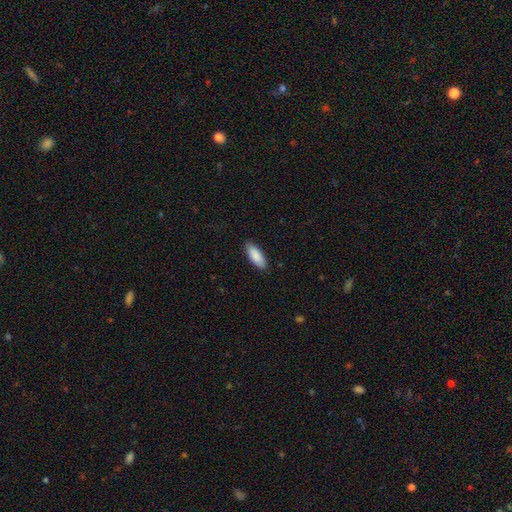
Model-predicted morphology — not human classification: Smooth or featured?
  - smooth: 90% *
  - star or artifact: 5%
  - featured or disk: 5%
How rounded?
  - in between: 74% *
  - cigar-shaped: 25%
  - round: 2%
Merging?
  - none: 89% *
  - minor disturbance: 9%
  - major disturbance: 2%
  - merger: 1%